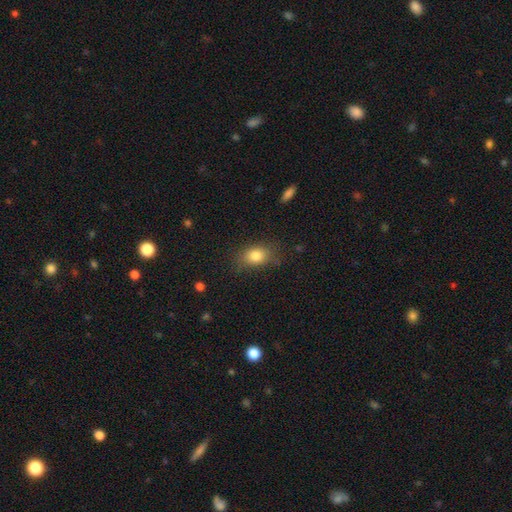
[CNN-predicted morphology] smooth_or_featured: smooth (p=0.82) [alt: star or artifact p=0.09]
how_rounded: in between (p=0.74) [alt: round p=0.24]
merging: none (p=0.73) [alt: minor disturbance p=0.19]